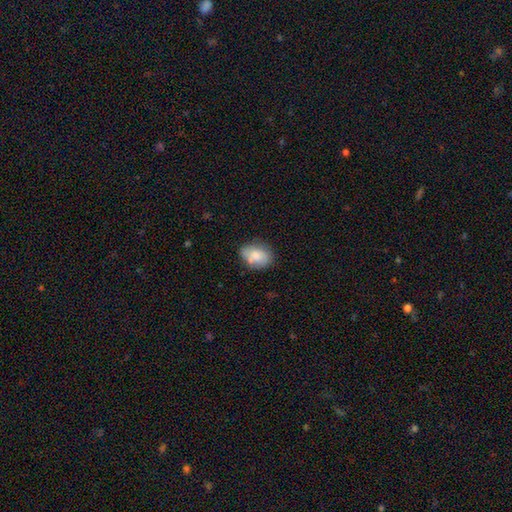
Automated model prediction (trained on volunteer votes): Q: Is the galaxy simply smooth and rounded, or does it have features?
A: smooth — 79%.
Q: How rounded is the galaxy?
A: in between — 73%.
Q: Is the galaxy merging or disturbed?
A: none — 65%.